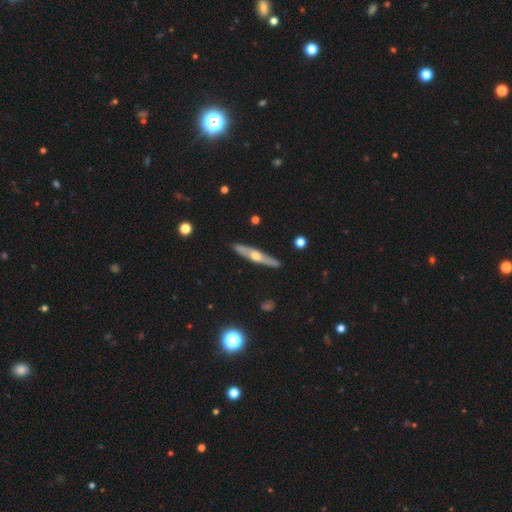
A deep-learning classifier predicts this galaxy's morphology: Overall: featured or disk (65%; smooth 29%). Edge-on disk: yes (92%). Edge-on bulge: rounded (90%). Merging: none (89%).